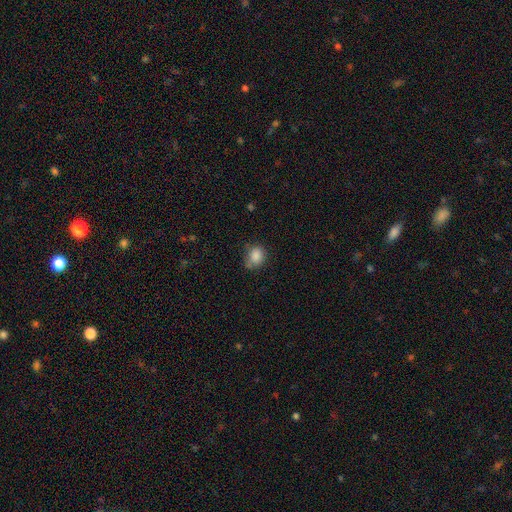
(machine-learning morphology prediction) This appears to be a smooth galaxy with no disk features (85%) that is round (59%). Merging: none (62%).